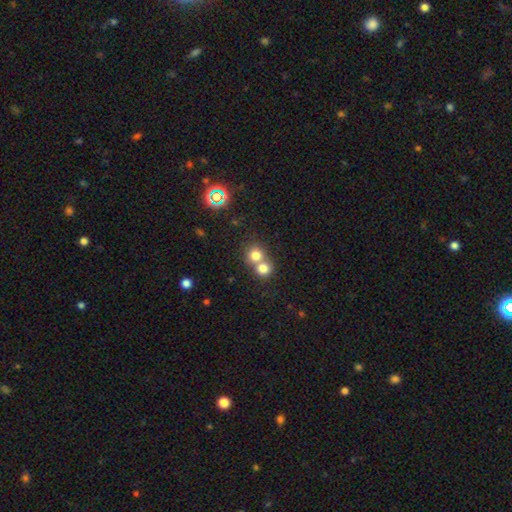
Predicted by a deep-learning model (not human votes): Morphology: type=smooth (76%); roundness=round (85%); merging=merger (55%).